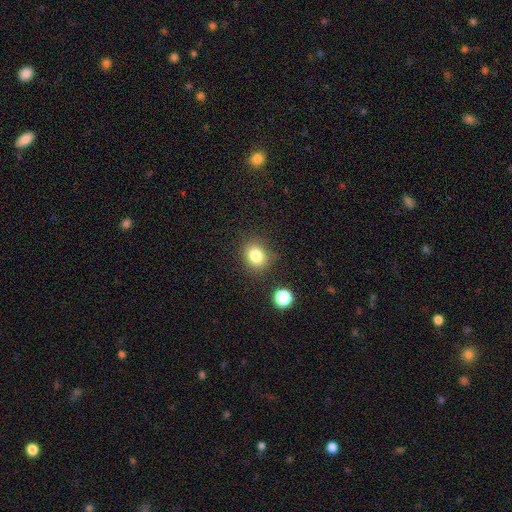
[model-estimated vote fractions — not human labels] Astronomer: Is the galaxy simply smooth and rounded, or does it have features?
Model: smooth — 81%.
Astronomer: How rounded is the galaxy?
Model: round — 68%.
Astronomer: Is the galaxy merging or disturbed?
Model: none — 81%.